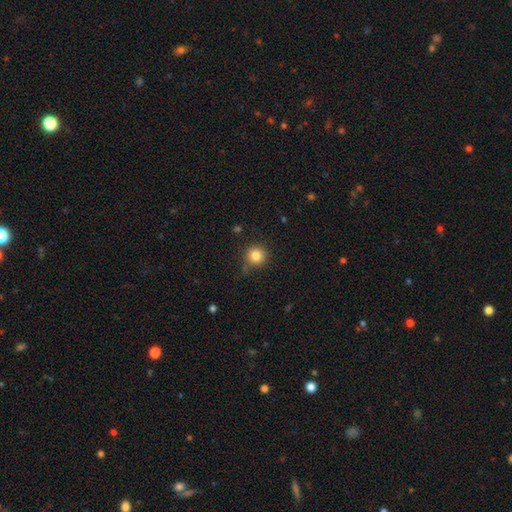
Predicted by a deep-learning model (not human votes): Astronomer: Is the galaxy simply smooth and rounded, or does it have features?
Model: smooth — 83%.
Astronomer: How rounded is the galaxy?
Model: round — 94%.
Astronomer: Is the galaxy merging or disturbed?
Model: none — 83%.